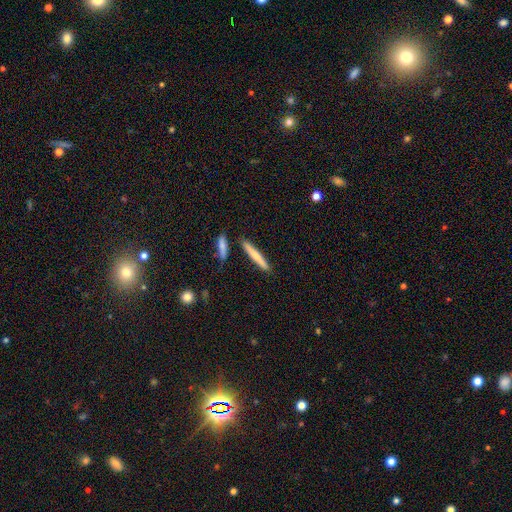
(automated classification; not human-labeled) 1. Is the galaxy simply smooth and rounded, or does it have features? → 66% smooth, 29% featured or disk, 6% star or artifact.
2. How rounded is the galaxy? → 94% cigar-shaped, 5% in between, 2% round.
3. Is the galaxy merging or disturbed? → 84% none, 9% minor disturbance, 5% merger, 2% major disturbance.